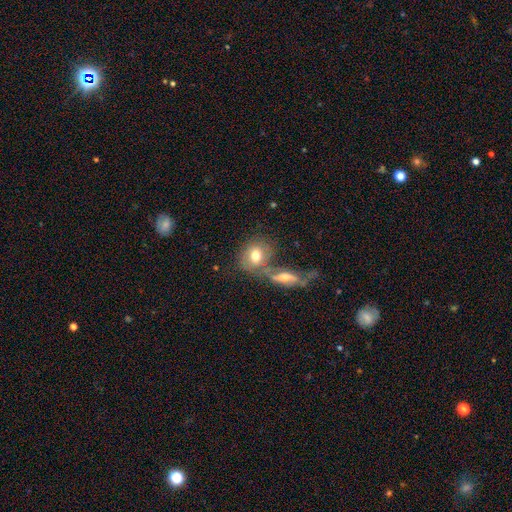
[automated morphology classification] Smooth or featured? smooth (69%)
How rounded? round (57%)
Merging? none (41%, tied with merger)